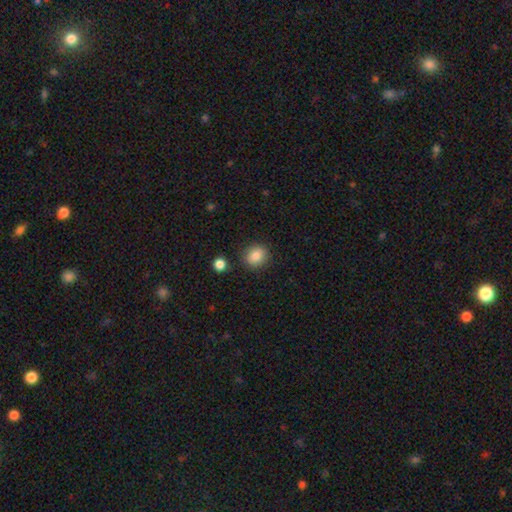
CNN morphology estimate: A smooth galaxy with no disk features (86%) that is round (75%). Merging: none (86%).